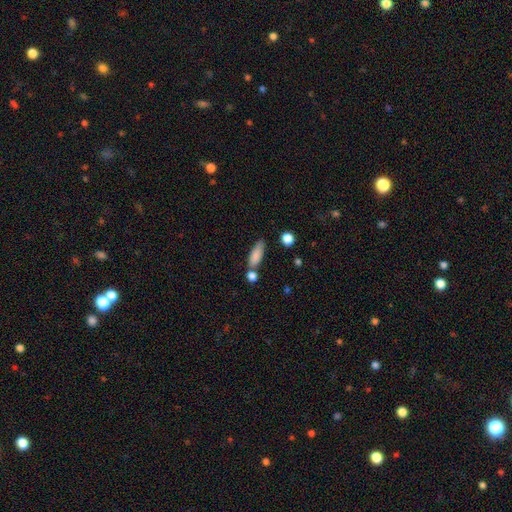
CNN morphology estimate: Smooth or featured? Predicted: smooth (p=0.84). How rounded? Predicted: in between (p=0.62). Merging? Predicted: none (p=0.56).